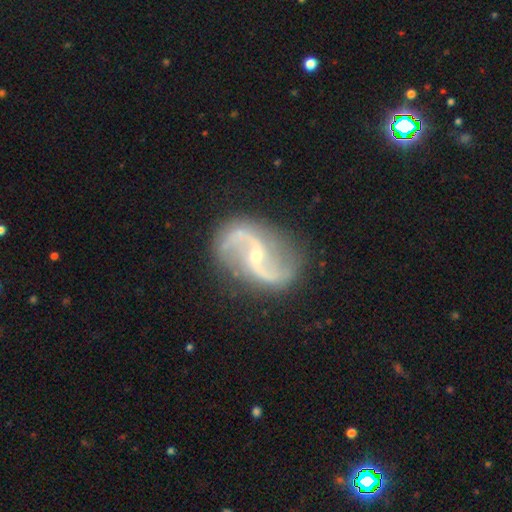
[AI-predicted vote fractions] smooth-or-featured: featured or disk: 92% | star or artifact: 5% | smooth: 3%
  disk-edge-on: no: 98% | yes: 2%
    bar: weak: 40% | no: 38% | strong: 22%
    has-spiral-arms: yes: 97% | no: 3%
      spiral-winding: loose: 67% | medium: 26% | tight: 7%
      spiral-arm-count: 2: 94% | can't tell: 1% | 1: 1% | 3: 1% | 4: 1% | more than 4: 1%
    bulge-size: small: 74% | moderate: 22% | none: 2% | large: 1% | dominant: 1%
  merging: none: 83% | minor disturbance: 11% | major disturbance: 4% | merger: 2%